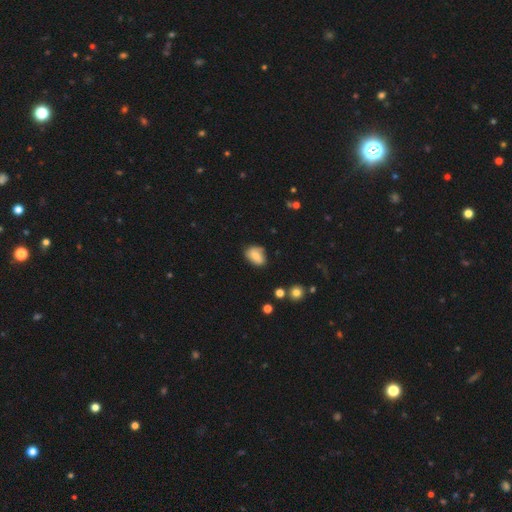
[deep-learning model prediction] Smooth or featured: smooth — 67% (featured or disk — 23%)
How rounded: in between — 75% (round — 23%)
Merging: none — 65% (minor disturbance — 26%)